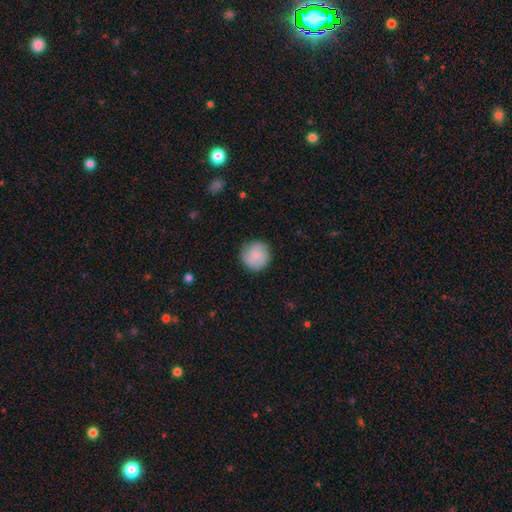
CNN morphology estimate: Smooth or featured: smooth — 79% (featured or disk — 15%)
How rounded: round — 94% (in between — 5%)
Merging: none — 83% (minor disturbance — 13%)